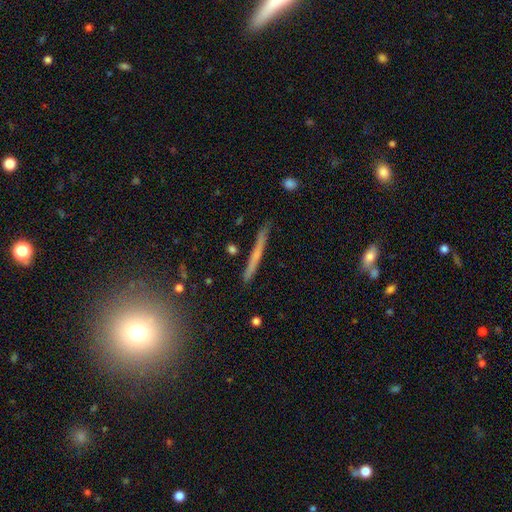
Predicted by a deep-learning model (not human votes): This appears to be a featured or disk galaxy (48%). Merging: none (87%).